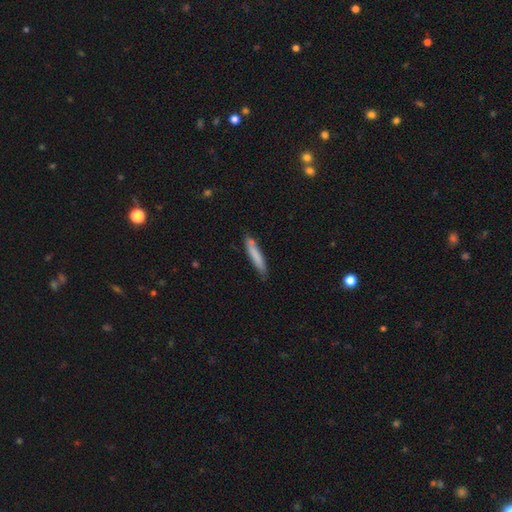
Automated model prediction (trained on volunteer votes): smooth 78%, featured or disk 16%, star or artifact 6%. Down the decision tree: how rounded — cigar-shaped (89%); merging — none (77%).